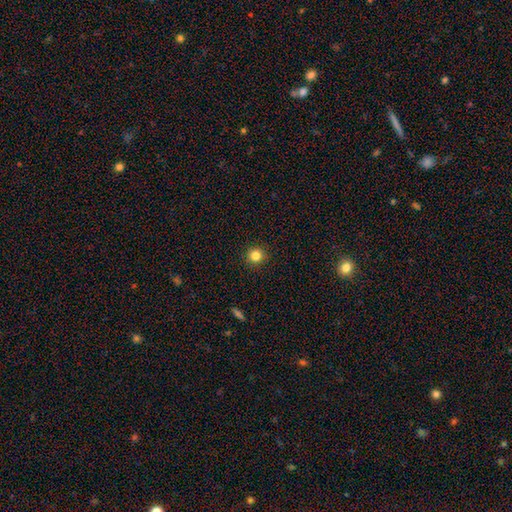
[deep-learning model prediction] This appears to be a smooth galaxy with no disk features (83%) that is round (94%). Merging: none (92%).